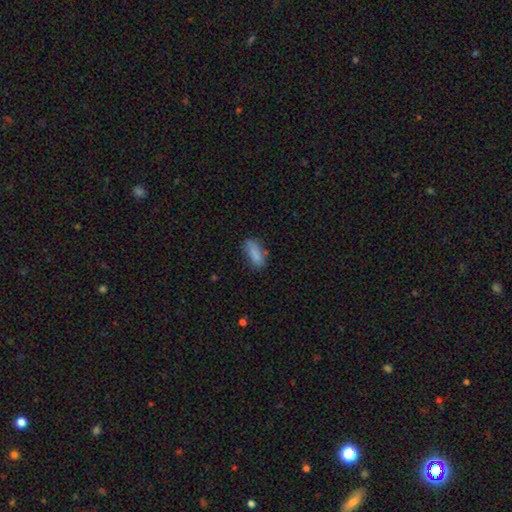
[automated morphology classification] Overall: smooth (83%). How rounded: in between (74%). Merging: none (67%).